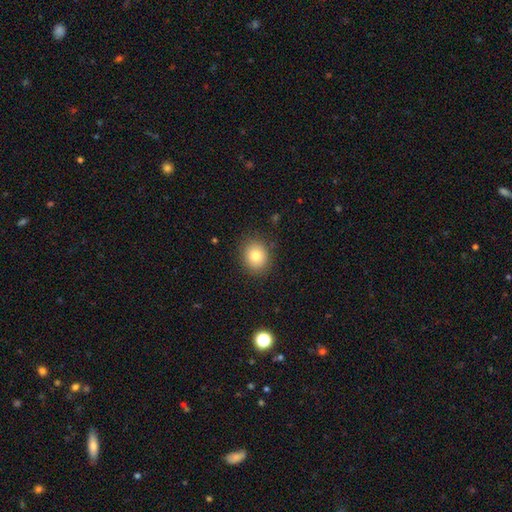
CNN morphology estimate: This appears to be a smooth galaxy with no disk features (80%) that is round (67%). Merging: none (86%).